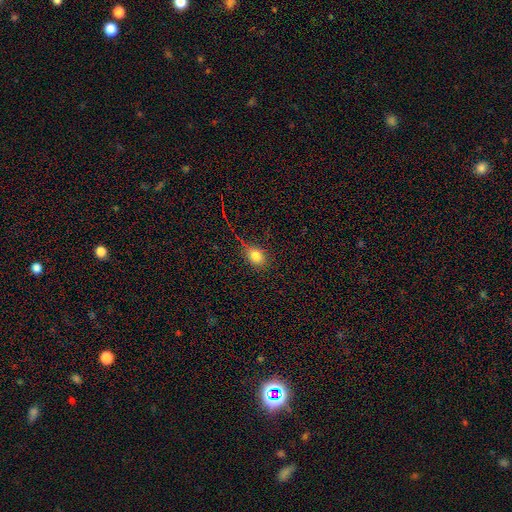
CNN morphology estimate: type=smooth (77%); roundness=in between (55%); merging=none (70%).